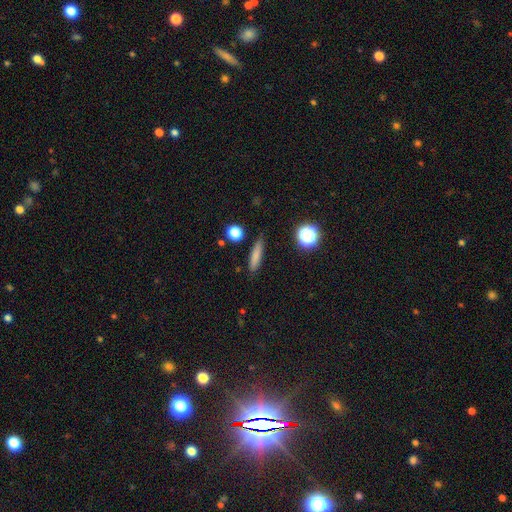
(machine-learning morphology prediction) Overall: smooth (77%). How rounded: cigar-shaped (79%). Merging: none (84%).